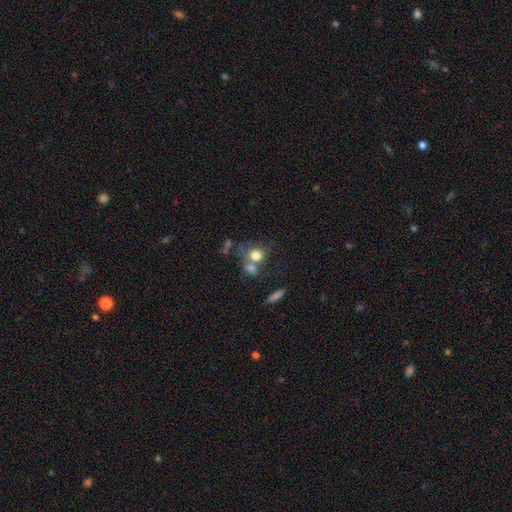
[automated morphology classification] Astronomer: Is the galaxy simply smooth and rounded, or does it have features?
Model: smooth — 75%.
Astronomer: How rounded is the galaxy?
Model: round — 71%.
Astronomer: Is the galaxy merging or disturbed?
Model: merger — 43% (runner-up: none, 37%).